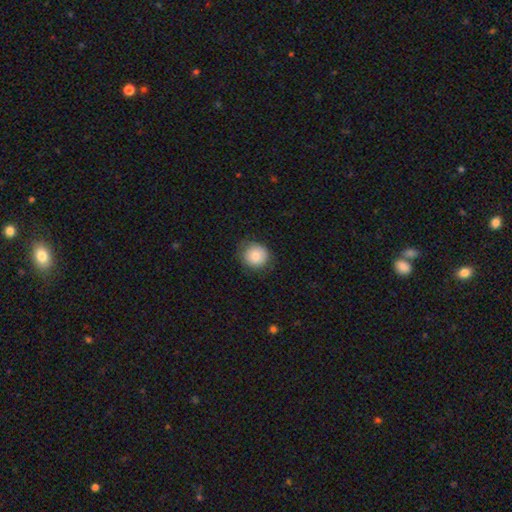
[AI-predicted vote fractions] The model was most divided on "smooth or featured": smooth: 79%, featured or disk: 12%, star or artifact: 9%. More confident: how rounded — round (90%); merging — none (82%).